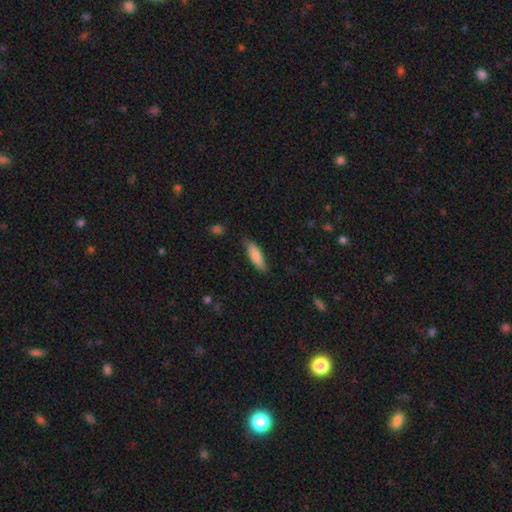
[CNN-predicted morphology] smooth_or_featured: smooth (p=0.79) [alt: featured or disk p=0.16]
how_rounded: cigar-shaped (p=0.57) [alt: in between p=0.41]
merging: none (p=0.79) [alt: minor disturbance p=0.17]